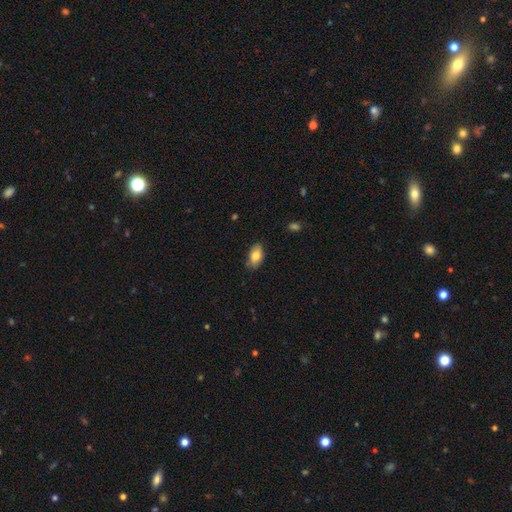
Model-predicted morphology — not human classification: A smooth galaxy with no disk features (81%) that is in between round and cigar-shaped (92%).

Vote fractions:
- Smooth or featured? smooth: 81% / featured or disk: 12% / star or artifact: 7%
- How rounded? in between: 92% / round: 6% / cigar-shaped: 2%
- Merging? none: 81% / minor disturbance: 16% / major disturbance: 2% / merger: 1%